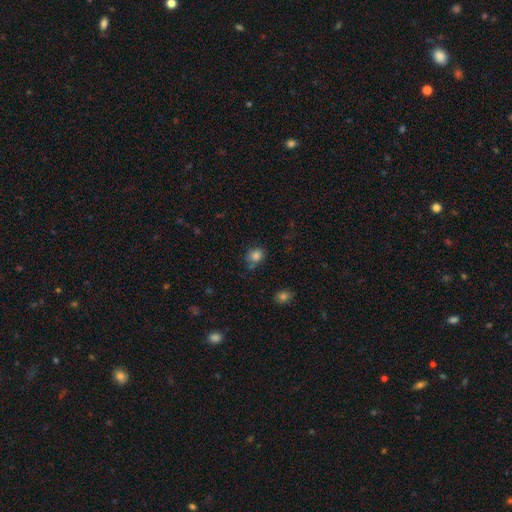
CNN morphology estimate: smooth-or-featured: smooth: 84% | star or artifact: 11% | featured or disk: 5%
  how-rounded: round: 62% | in between: 37% | cigar-shaped: 1%
  merging: none: 73% | minor disturbance: 16% | merger: 6% | major disturbance: 4%